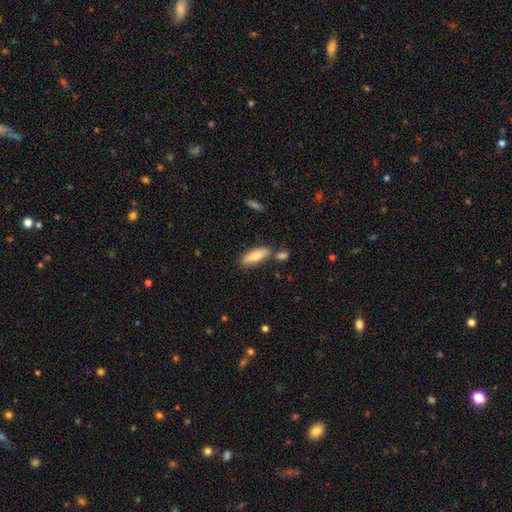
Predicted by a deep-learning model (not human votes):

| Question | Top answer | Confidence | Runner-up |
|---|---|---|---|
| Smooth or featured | smooth | 76% | featured or disk (17%) |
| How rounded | in between | 55% | cigar-shaped (43%) |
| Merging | none | 73% | minor disturbance (13%) |